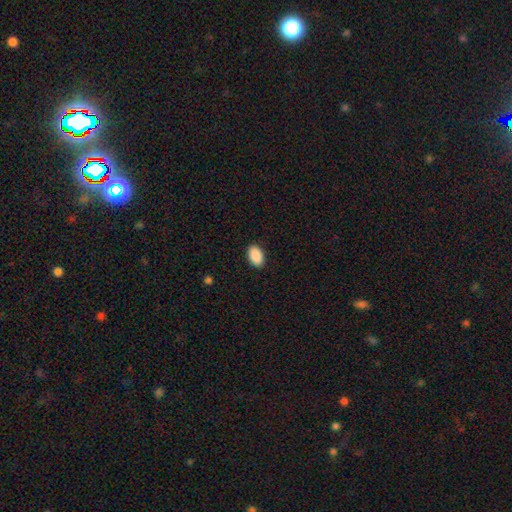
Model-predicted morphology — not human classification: Smooth or featured? Predicted: smooth (p=0.91). How rounded? Predicted: in between (p=0.92). Merging? Predicted: none (p=0.90).